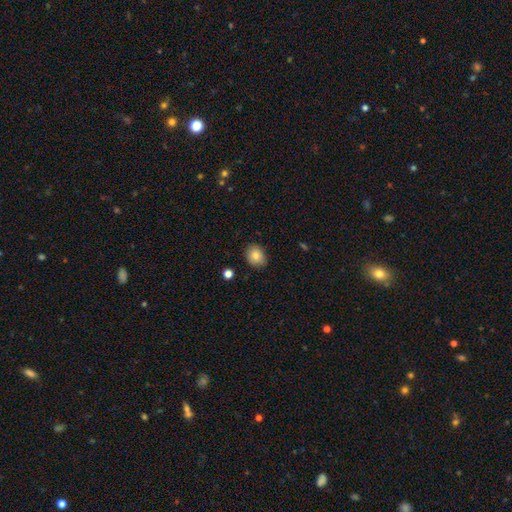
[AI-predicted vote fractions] Smooth or featured? Predicted: smooth (p=0.83). How rounded? Predicted: round (p=0.61). Merging? Predicted: none (p=0.83).